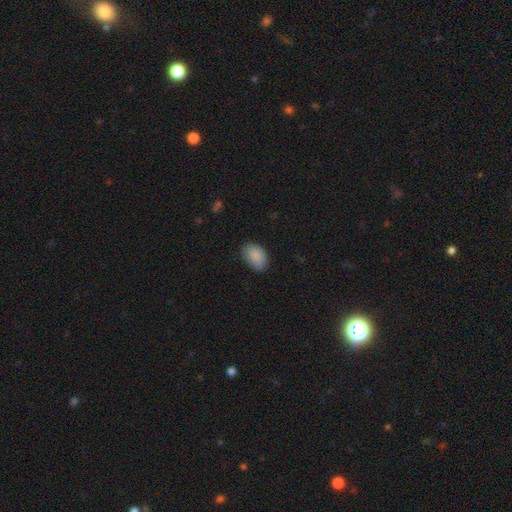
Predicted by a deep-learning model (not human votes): This appears to be a smooth galaxy with no disk features (89%) that is in between round and cigar-shaped (88%). Merging: none (78%).